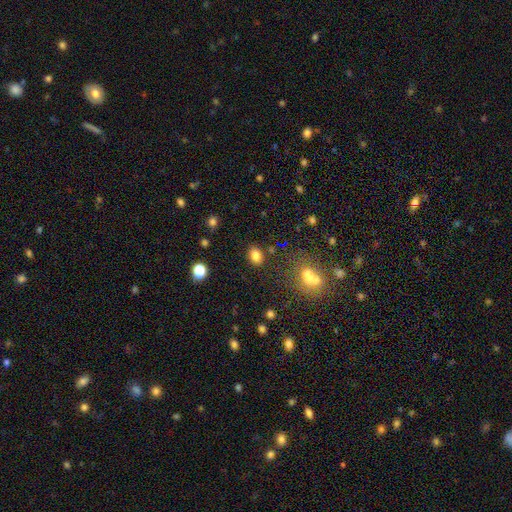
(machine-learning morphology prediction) Overall: smooth (82%). How rounded: in between (70%). Merging: none (82%).